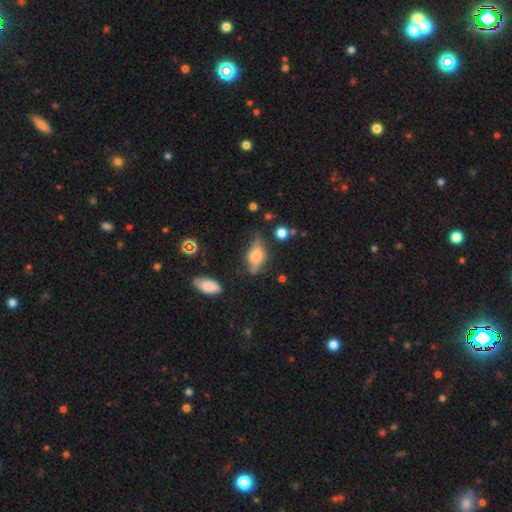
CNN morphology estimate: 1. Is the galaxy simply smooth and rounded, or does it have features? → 48% featured or disk, 43% smooth, 10% star or artifact.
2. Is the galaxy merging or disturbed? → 62% none, 26% minor disturbance, 9% major disturbance, 4% merger.